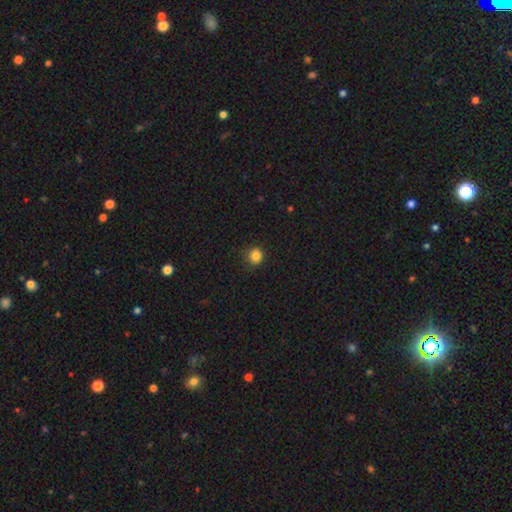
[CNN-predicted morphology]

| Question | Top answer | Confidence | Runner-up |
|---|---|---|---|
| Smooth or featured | smooth | 85% | star or artifact (12%) |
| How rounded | round | 85% | in between (14%) |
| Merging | none | 85% | minor disturbance (11%) |